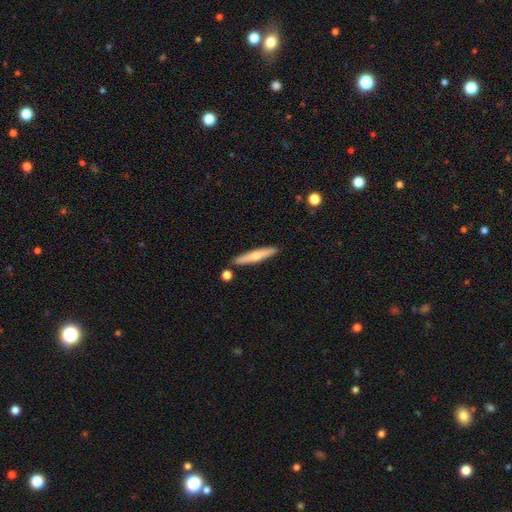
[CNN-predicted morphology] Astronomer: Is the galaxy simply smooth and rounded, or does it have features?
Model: smooth — 52% (runner-up: featured or disk, 43%).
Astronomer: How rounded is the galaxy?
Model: cigar-shaped — 91%.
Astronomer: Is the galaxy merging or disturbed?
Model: none — 86%.